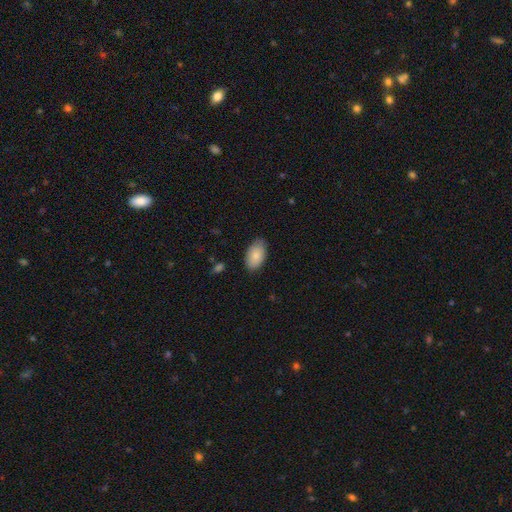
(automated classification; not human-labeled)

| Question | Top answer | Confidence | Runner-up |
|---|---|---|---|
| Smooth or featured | smooth | 85% | featured or disk (9%) |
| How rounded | in between | 95% | round (4%) |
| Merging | none | 81% | minor disturbance (15%) |